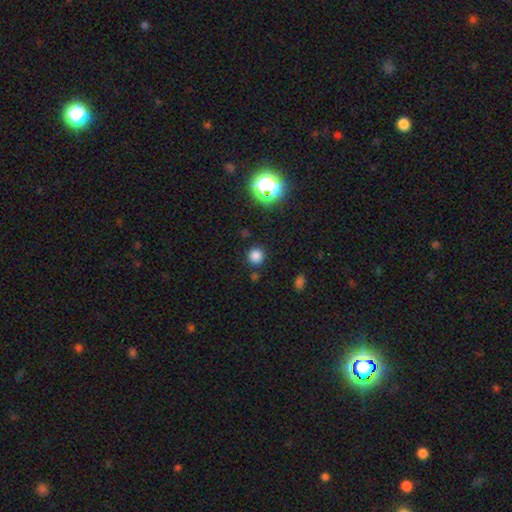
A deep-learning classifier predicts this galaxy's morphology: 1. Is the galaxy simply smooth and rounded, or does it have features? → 78% smooth, 17% star or artifact, 4% featured or disk.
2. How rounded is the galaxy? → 92% round, 7% in between, 1% cigar-shaped.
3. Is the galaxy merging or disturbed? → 86% none, 8% minor disturbance, 4% merger, 3% major disturbance.